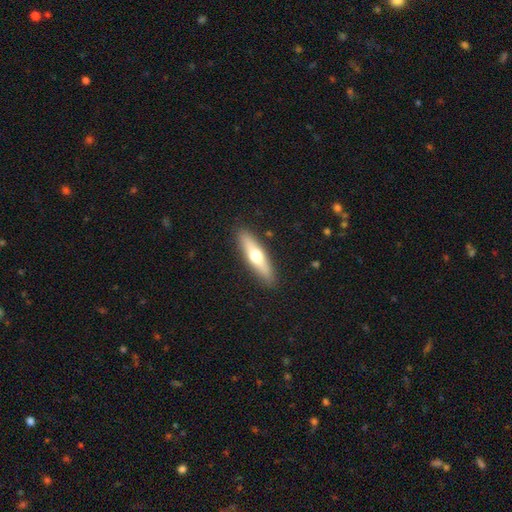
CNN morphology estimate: smooth 51%, featured or disk 44%, star or artifact 6%. Down the decision tree: how rounded — cigar-shaped (73%); merging — none (89%).